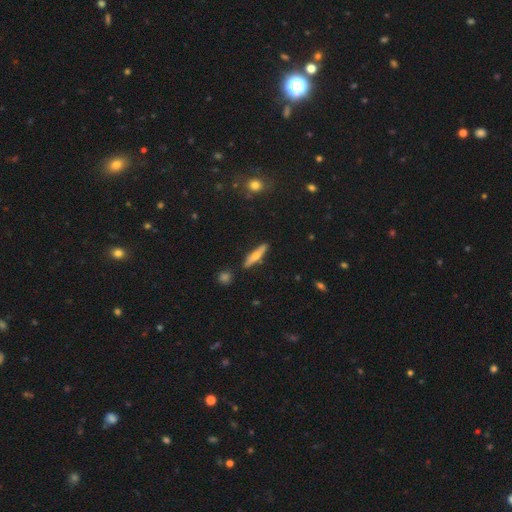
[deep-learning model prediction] featured or disk 50%, smooth 44%, star or artifact 6%. Down the decision tree: merging — none (87%).